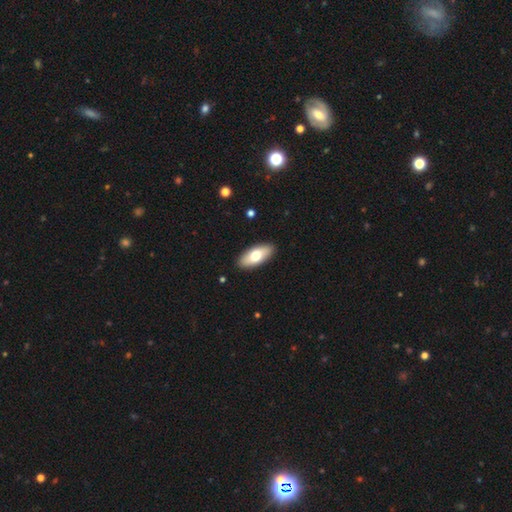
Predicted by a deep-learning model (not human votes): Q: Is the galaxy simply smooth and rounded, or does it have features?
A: smooth — 70%.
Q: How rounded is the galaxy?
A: in between — 86%.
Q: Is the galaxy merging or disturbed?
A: none — 91%.